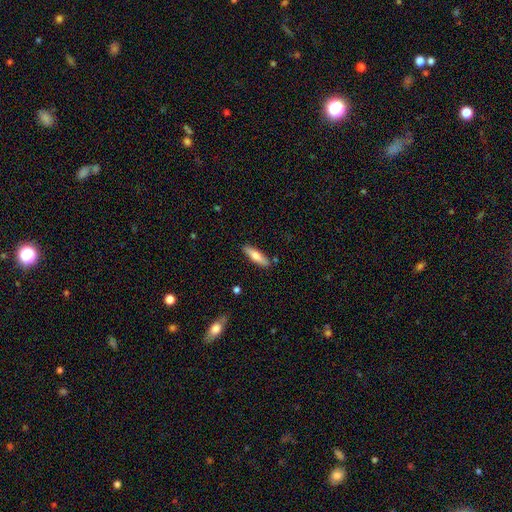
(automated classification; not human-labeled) Overall: smooth (70%). How rounded: cigar-shaped (61%; in between 37%). Merging: none (86%).